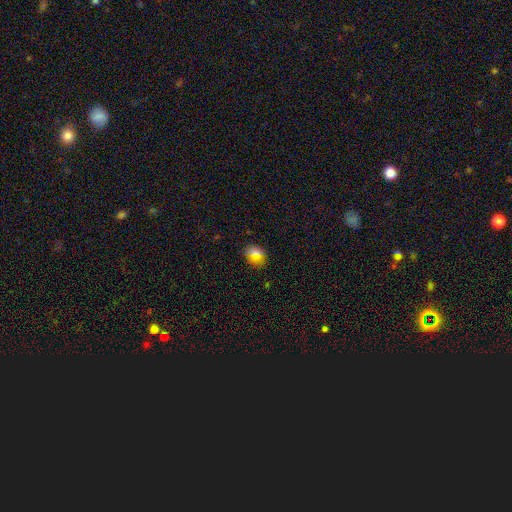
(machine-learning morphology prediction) Smooth or featured? Predicted: smooth (p=0.69). How rounded? Predicted: in between (p=0.51). Merging? Predicted: none (p=0.80).